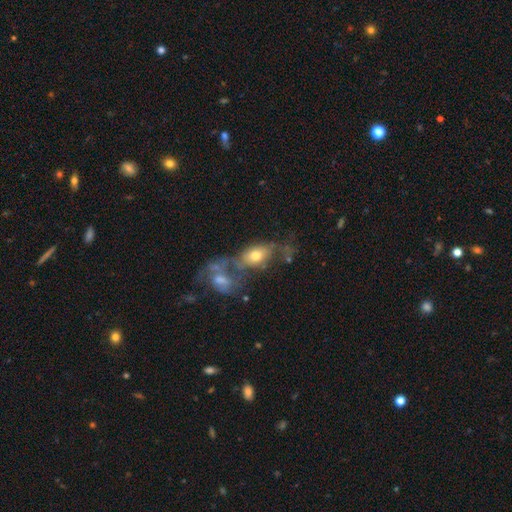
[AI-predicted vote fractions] Q: Smooth or featured?
A: smooth (53%); runner-up: featured or disk (38%)
Q: How rounded?
A: in between (84%); runner-up: round (11%)
Q: Merging?
A: merger (53%); runner-up: none (19%)